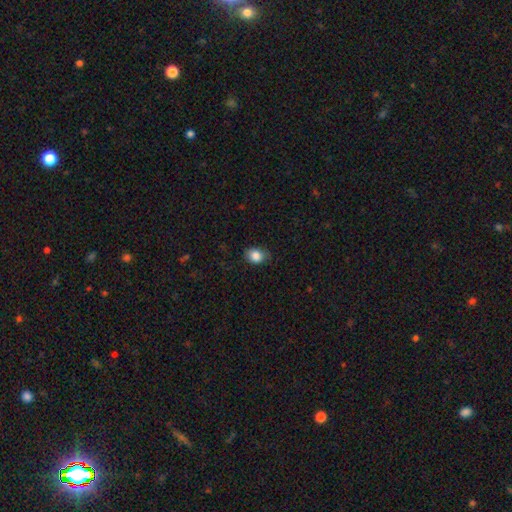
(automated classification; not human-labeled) This appears to be a smooth galaxy with no disk features (86%) that is in between round and cigar-shaped (56%). Merging: none (74%).